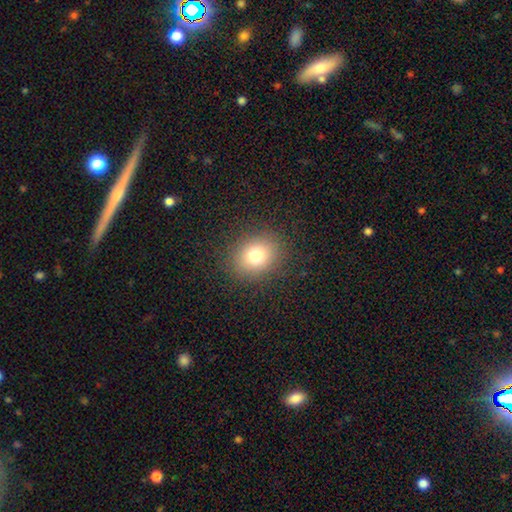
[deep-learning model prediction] smooth 76%, star or artifact 14%, featured or disk 10%. Down the decision tree: how rounded — round (65%); merging — none (87%).